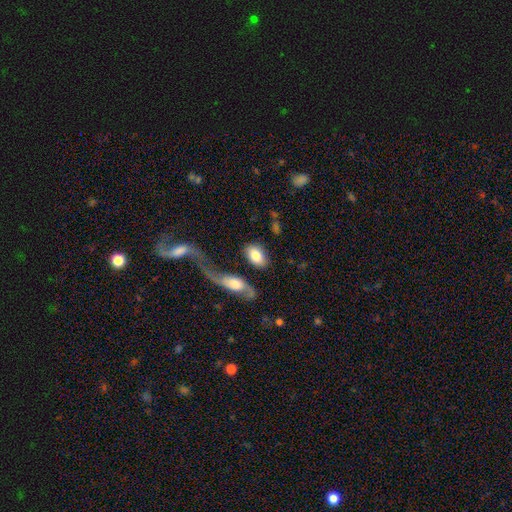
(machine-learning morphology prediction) This appears to be a smooth galaxy with no disk features (80%) that is in between round and cigar-shaped (89%). Merging: none (62%).